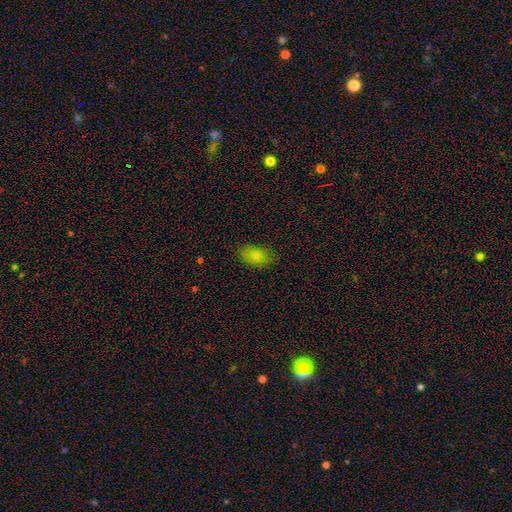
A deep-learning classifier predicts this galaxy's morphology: The model was most divided on "merging": none: 80%, minor disturbance: 15%, major disturbance: 4%, merger: 1%. More confident: how rounded — in between (90%); smooth or featured — smooth (83%).